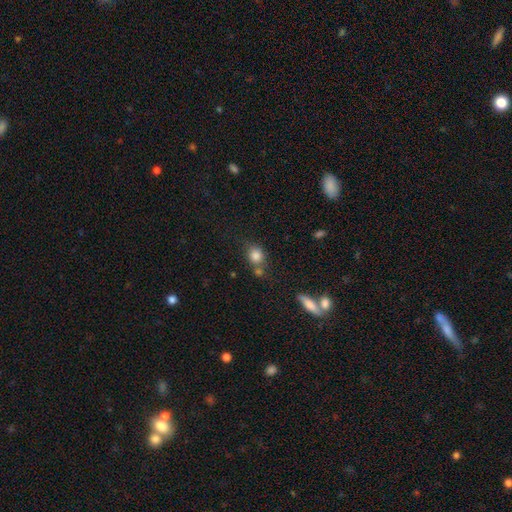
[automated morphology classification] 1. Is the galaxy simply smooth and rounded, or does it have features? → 82% smooth, 11% star or artifact, 7% featured or disk.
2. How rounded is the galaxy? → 69% round, 30% in between, 2% cigar-shaped.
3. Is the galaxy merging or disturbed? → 55% none, 24% merger, 15% minor disturbance, 6% major disturbance.